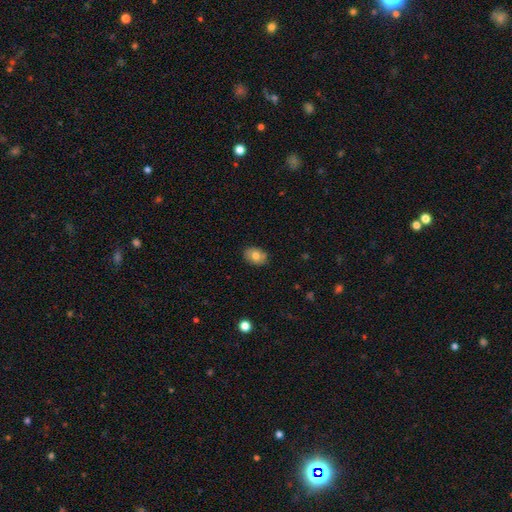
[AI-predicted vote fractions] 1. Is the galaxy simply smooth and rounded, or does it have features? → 75% smooth, 17% featured or disk, 8% star or artifact.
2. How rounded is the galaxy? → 75% in between, 24% round, 1% cigar-shaped.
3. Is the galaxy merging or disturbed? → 87% none, 10% minor disturbance, 2% major disturbance, 1% merger.